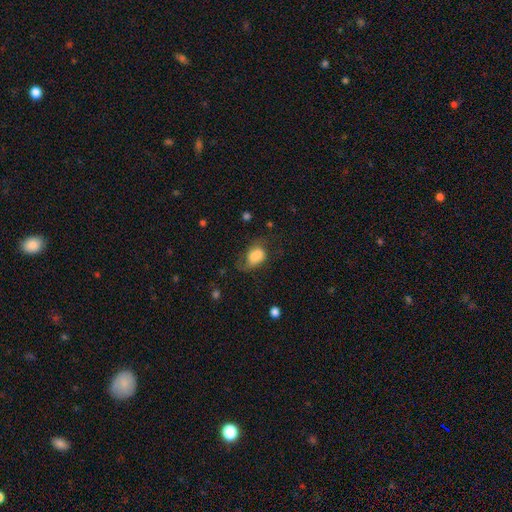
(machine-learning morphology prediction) smooth 71%, featured or disk 20%, star or artifact 9%. Down the decision tree: how rounded — in between (75%); merging — none (38%).